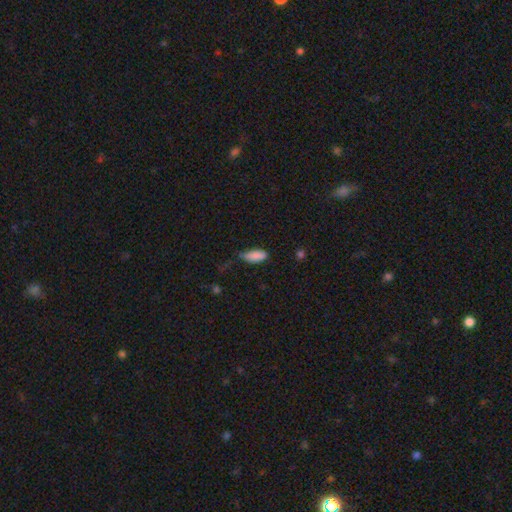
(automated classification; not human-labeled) Smooth or featured?
  - smooth: 87% *
  - star or artifact: 7%
  - featured or disk: 6%
How rounded?
  - in between: 86% *
  - cigar-shaped: 12%
  - round: 2%
Merging?
  - none: 46% *
  - minor disturbance: 40%
  - major disturbance: 11%
  - merger: 3%